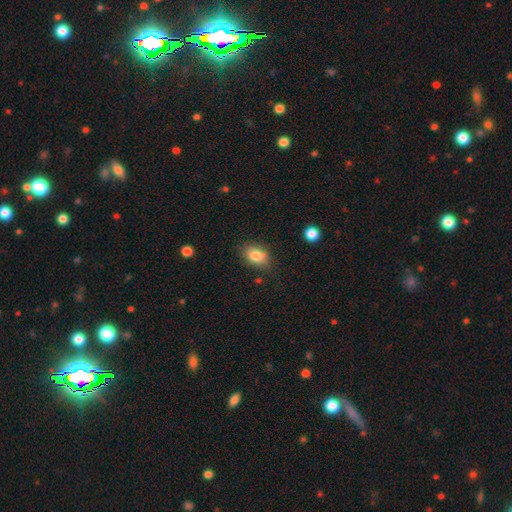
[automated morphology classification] Smooth or featured? smooth (83%)
How rounded? in between (77%)
Merging? none (81%)